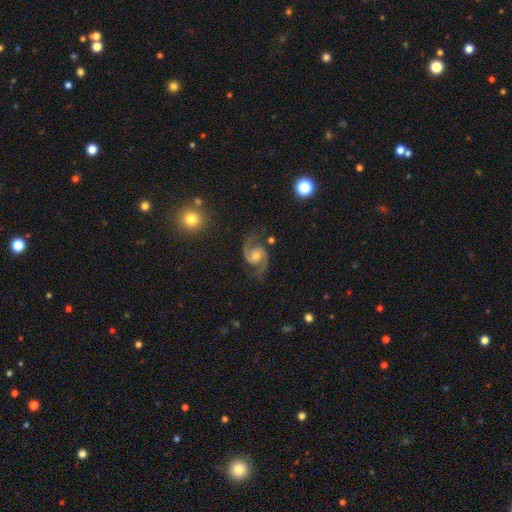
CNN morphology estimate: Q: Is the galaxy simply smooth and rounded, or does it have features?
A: featured or disk — 90%.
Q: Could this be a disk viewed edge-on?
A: no — 98%.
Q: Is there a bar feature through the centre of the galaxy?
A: no — 60%.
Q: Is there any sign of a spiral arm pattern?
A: yes — 98%.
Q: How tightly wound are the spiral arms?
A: medium — 56%.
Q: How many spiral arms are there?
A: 2 — 94%.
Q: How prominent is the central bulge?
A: moderate — 54%.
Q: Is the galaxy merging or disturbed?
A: none — 79%.